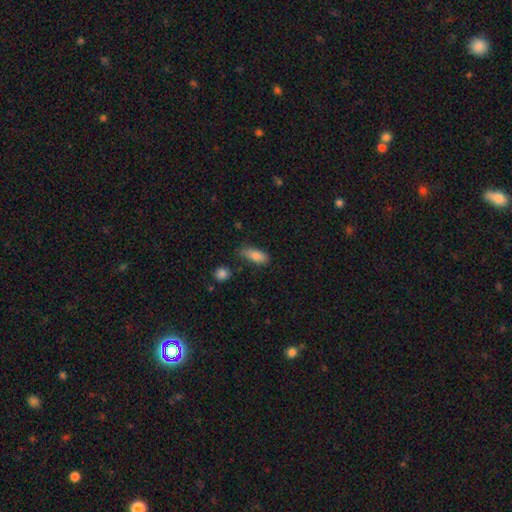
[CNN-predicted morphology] A smooth galaxy with no disk features (84%) that is in between round and cigar-shaped (80%).

Vote fractions:
- Smooth or featured? smooth: 84% / featured or disk: 8% / star or artifact: 7%
- How rounded? in between: 80% / cigar-shaped: 17% / round: 3%
- Merging? none: 68% / minor disturbance: 24% / major disturbance: 5% / merger: 3%